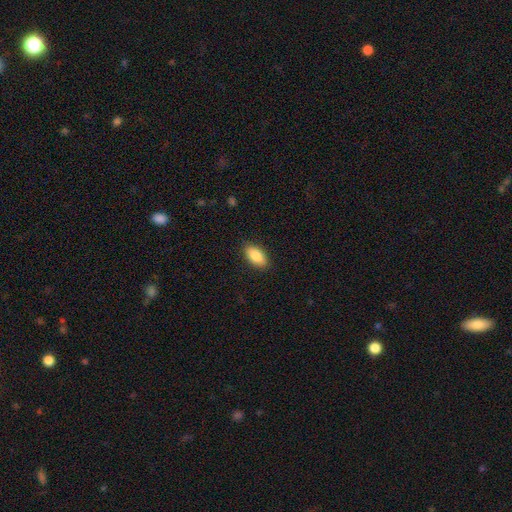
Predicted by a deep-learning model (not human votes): This appears to be a smooth galaxy with no disk features (88%) that is in between round and cigar-shaped (92%). Merging: none (88%).